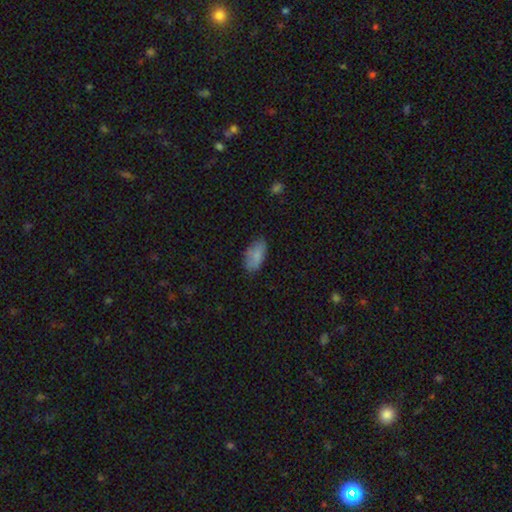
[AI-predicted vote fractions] The model was most divided on "merging": none: 73%, minor disturbance: 21%, major disturbance: 4%, merger: 1%. More confident: how rounded — in between (94%); smooth or featured — smooth (83%).